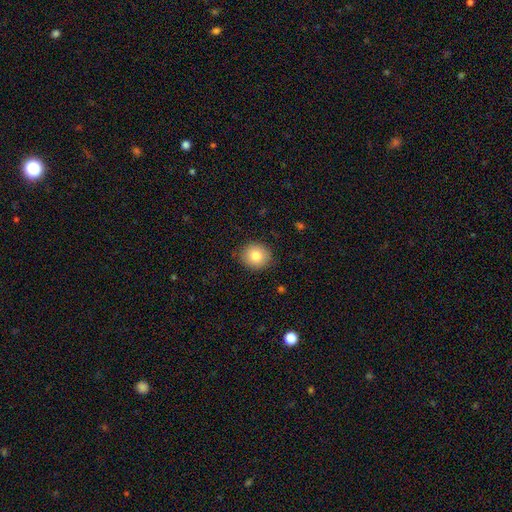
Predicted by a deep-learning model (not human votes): A smooth galaxy with no disk features (81%) that is round (81%). Merging: none (88%).